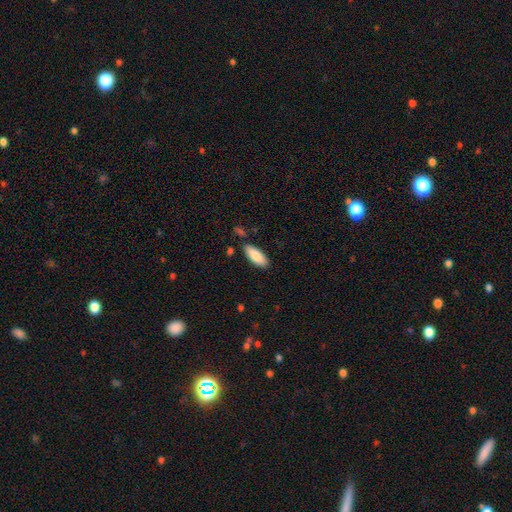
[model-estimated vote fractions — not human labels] Smooth or featured? smooth (86%)
How rounded? in between (79%)
Merging? none (83%)